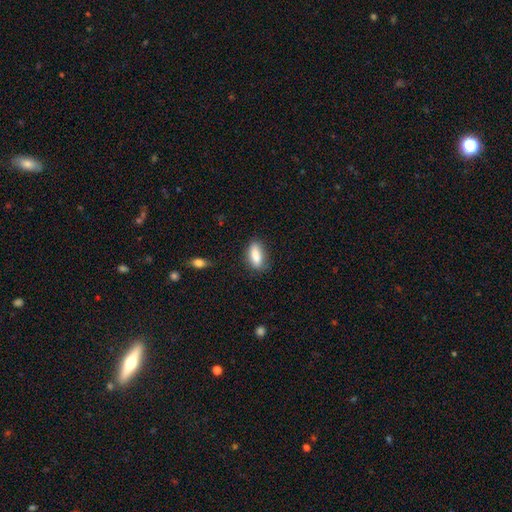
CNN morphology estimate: Overall: smooth (84%). How rounded: in between (74%). Merging: none (74%).